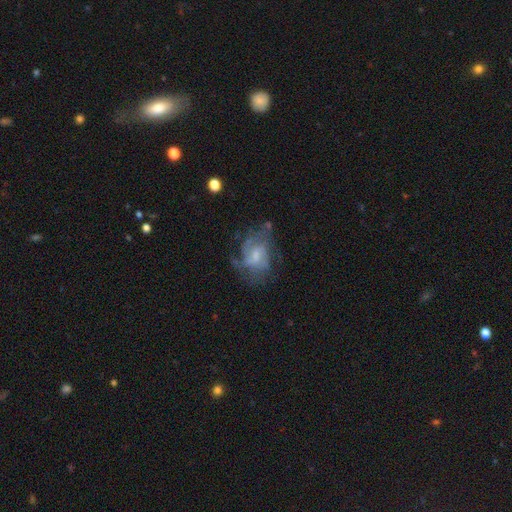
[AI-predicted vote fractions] A featured or disk galaxy (68%) with a weak bar (49%), medium (46%) spiral arms (78%) and a moderate central bulge (39%).

Vote fractions:
- Smooth or featured? featured or disk: 68% / smooth: 24% / star or artifact: 9%
- Edge-on disk? no: 97% / yes: 3%
- Bar? weak: 49% / no: 42% / strong: 9%
- Spiral arms? yes: 78% / no: 22%
- Spiral winding? medium: 46% / tight: 31% / loose: 23%
- Spiral arm count? can't tell: 37% / 2: 33% / 3: 16% / 1: 5% / 4: 5% / more than 4: 3%
- Bulge size? moderate: 39% / small: 38% / none: 15% / large: 6% / dominant: 1%
- Merging? none: 49% / minor disturbance: 24% / major disturbance: 23% / merger: 3%